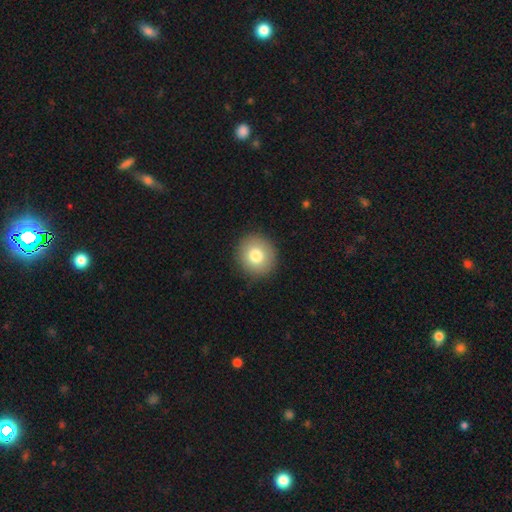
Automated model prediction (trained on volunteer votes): Q: Smooth or featured?
A: smooth (79%); runner-up: featured or disk (12%)
Q: How rounded?
A: round (90%); runner-up: in between (9%)
Q: Merging?
A: none (91%); runner-up: minor disturbance (6%)